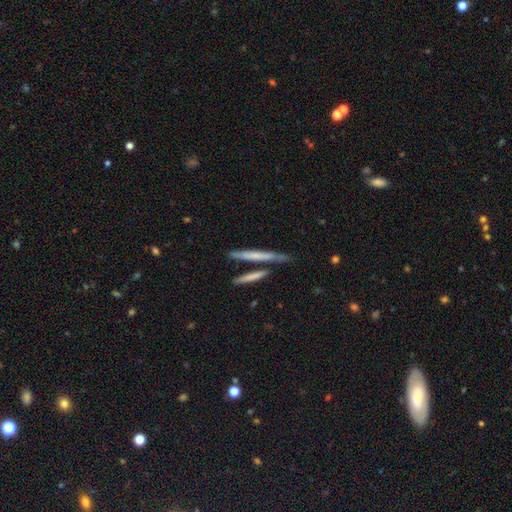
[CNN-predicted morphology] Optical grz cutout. It shows a smooth galaxy with no disk features (50%) that is cigar-shaped (95%). Merging: none (72%).